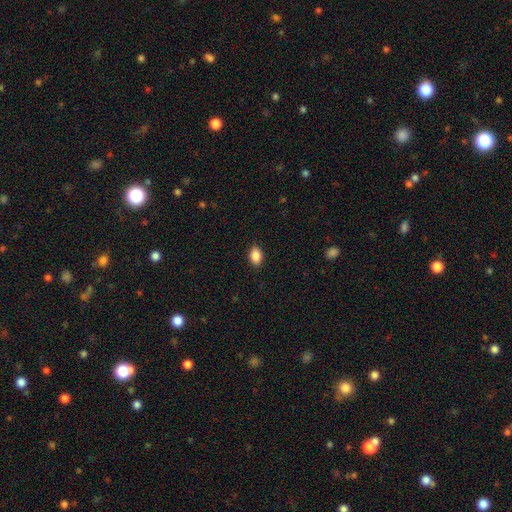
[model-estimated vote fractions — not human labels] This is clearly a smooth galaxy (88%). How rounded: clearly in between (83%). Merging: clearly none (88%).